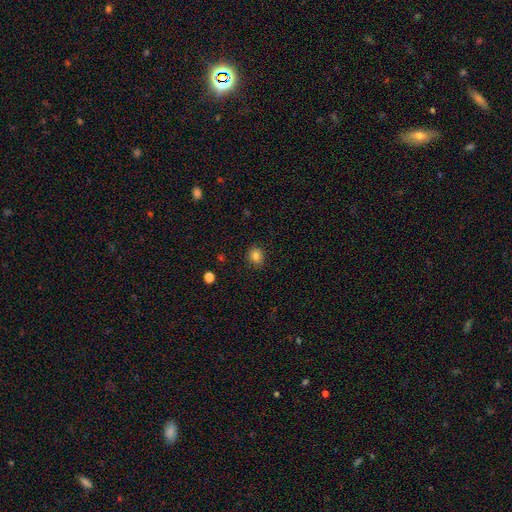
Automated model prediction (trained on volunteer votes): A smooth galaxy with no disk features (83%) that is round (62%).

Vote fractions:
- Smooth or featured? smooth: 83% / star or artifact: 11% / featured or disk: 6%
- How rounded? round: 62% / in between: 37% / cigar-shaped: 1%
- Merging? none: 87% / minor disturbance: 9% / major disturbance: 2% / merger: 1%